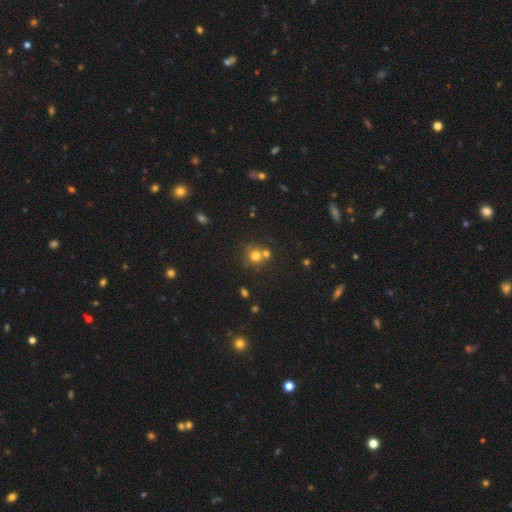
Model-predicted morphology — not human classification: This appears to be a smooth galaxy with no disk features (72%) that is round (86%). Merging: none (53%).